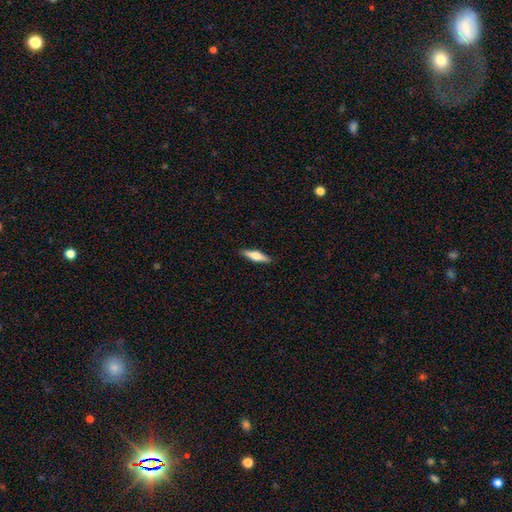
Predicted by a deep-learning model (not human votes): smooth 53%, featured or disk 41%, star or artifact 6%. Down the decision tree: how rounded — cigar-shaped (71%); merging — none (90%).